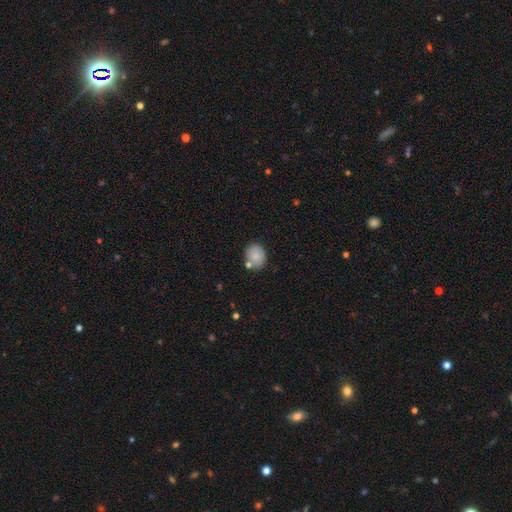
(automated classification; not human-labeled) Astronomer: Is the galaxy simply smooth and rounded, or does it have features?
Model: smooth — 83%.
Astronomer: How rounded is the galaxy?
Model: round — 51% (runner-up: in between, 48%).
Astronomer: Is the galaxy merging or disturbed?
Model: none — 69%.